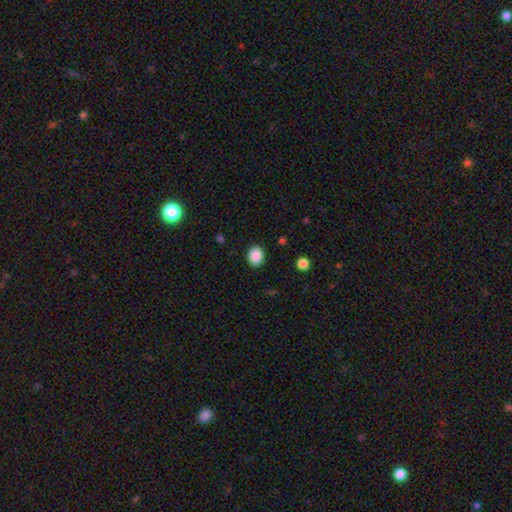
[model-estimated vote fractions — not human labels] Smooth or featured?
  - smooth: 88% *
  - star or artifact: 9%
  - featured or disk: 3%
How rounded?
  - round: 60% *
  - in between: 39%
  - cigar-shaped: 1%
Merging?
  - none: 90% *
  - minor disturbance: 7%
  - major disturbance: 2%
  - merger: 1%